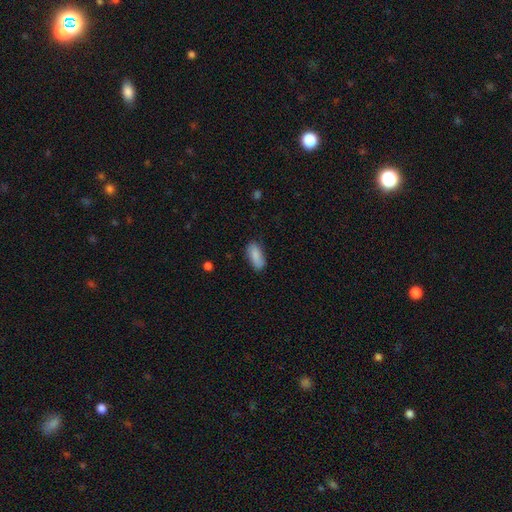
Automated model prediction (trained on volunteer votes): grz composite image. It shows a smooth galaxy with no disk features (85%) that is in between round and cigar-shaped (84%). Merging: none (77%).